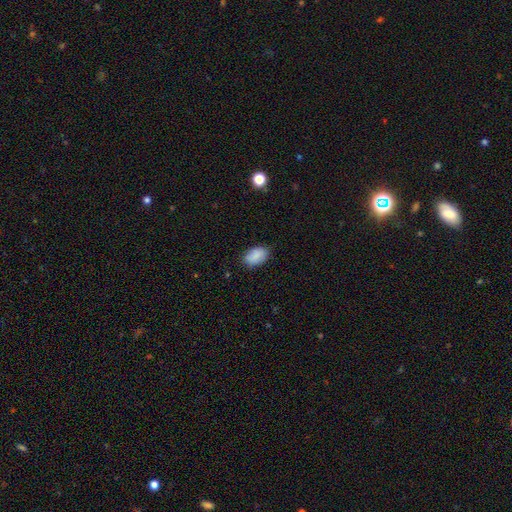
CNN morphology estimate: This appears to be a smooth galaxy with no disk features (86%) that is in between round and cigar-shaped (90%). Merging: none (81%).